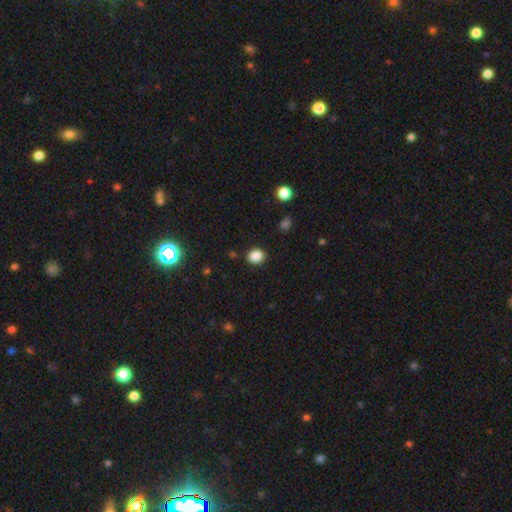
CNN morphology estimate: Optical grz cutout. It shows a smooth galaxy with no disk features (87%) that is round (72%). Merging: none (88%).